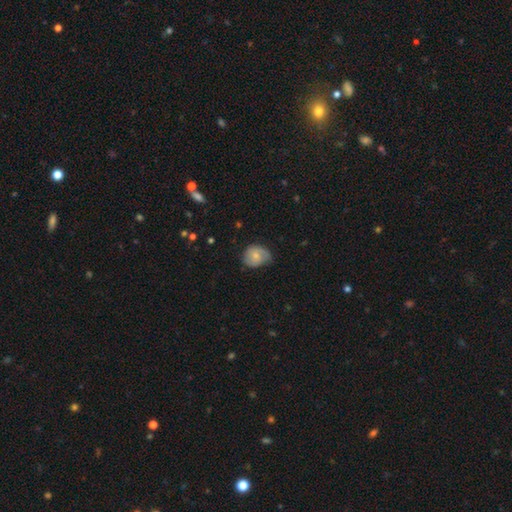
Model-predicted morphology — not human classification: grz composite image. It shows a smooth galaxy with no disk features (67%) that is round (58%). Merging: none (52%).